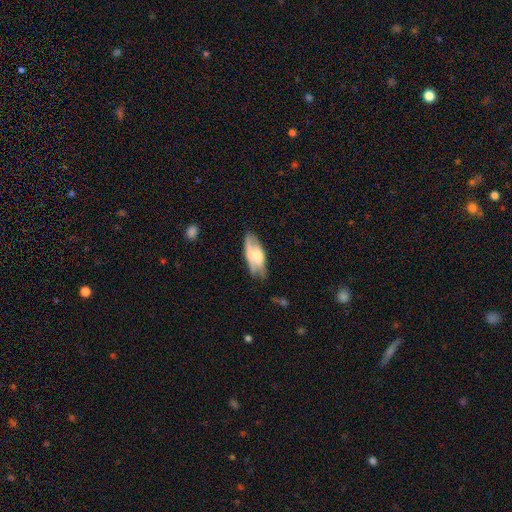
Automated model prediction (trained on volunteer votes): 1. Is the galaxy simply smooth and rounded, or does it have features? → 48% smooth, 45% featured or disk, 7% star or artifact.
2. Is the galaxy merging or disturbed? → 47% none, 29% minor disturbance, 15% major disturbance, 10% merger.